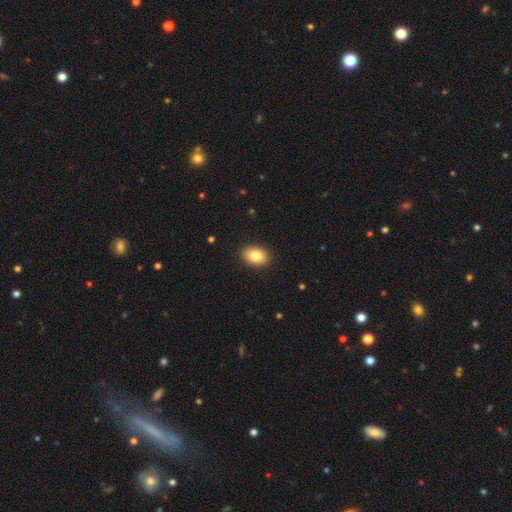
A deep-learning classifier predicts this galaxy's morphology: Smooth or featured? Predicted: smooth (p=0.85). How rounded? Predicted: in between (p=0.82). Merging? Predicted: none (p=0.90).